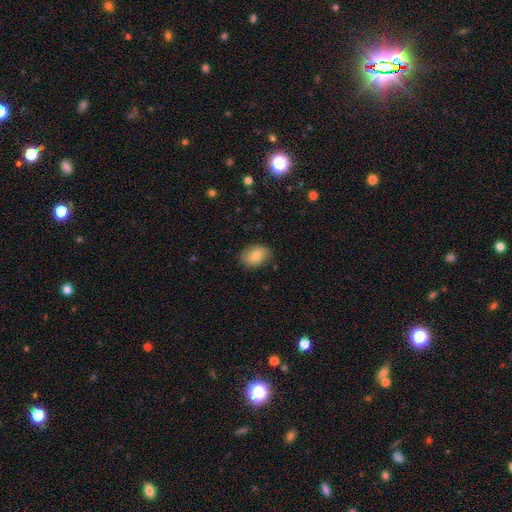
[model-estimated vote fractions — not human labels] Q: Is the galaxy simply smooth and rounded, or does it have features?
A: smooth — 79%.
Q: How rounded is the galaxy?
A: in between — 78%.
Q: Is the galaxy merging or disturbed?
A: none — 83%.